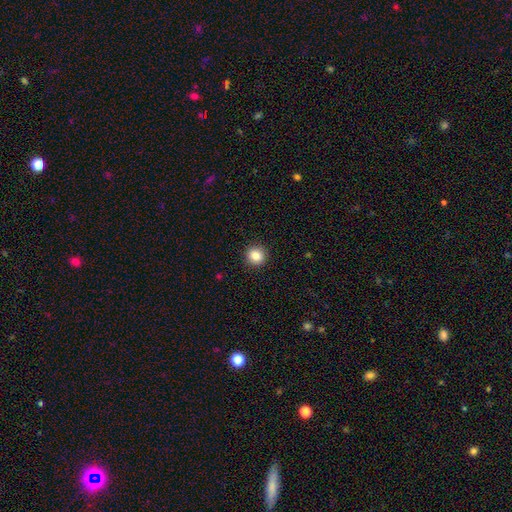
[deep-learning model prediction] A smooth galaxy with no disk features (86%) that is round (91%).

Vote fractions:
- Smooth or featured? smooth: 86% / star or artifact: 10% / featured or disk: 5%
- How rounded? round: 91% / in between: 8% / cigar-shaped: 1%
- Merging? none: 93% / minor disturbance: 5% / major disturbance: 2% / merger: 1%